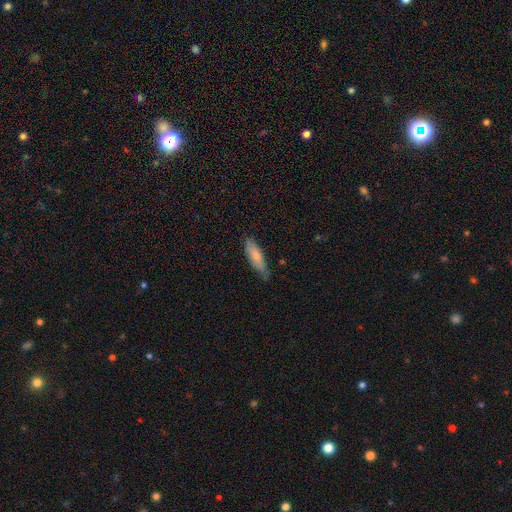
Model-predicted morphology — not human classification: Smooth or featured? Predicted: smooth (p=0.72). How rounded? Predicted: cigar-shaped (p=0.55). Merging? Predicted: none (p=0.69).